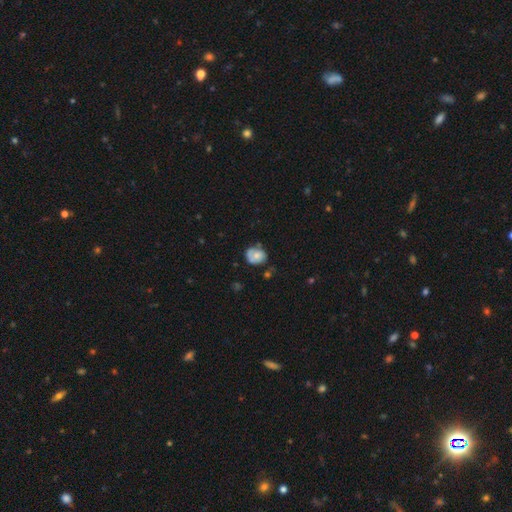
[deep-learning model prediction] smooth_or_featured: smooth (p=0.54) [alt: featured or disk p=0.38]
how_rounded: round (p=0.54) [alt: in between p=0.45]
merging: none (p=0.52) [alt: minor disturbance p=0.31]